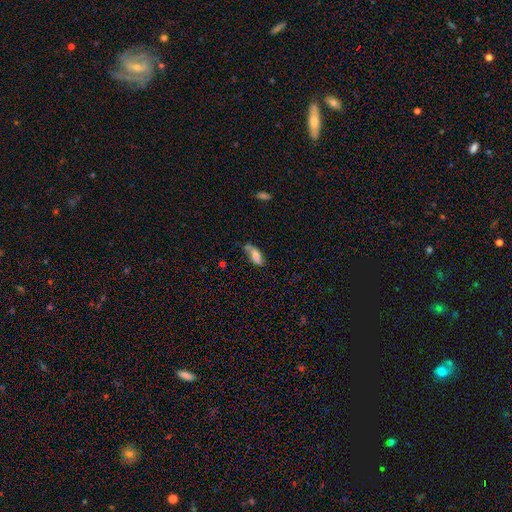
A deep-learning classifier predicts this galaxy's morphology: The model was most divided on "merging": none: 46%, minor disturbance: 34%, major disturbance: 12%, merger: 9%. More confident: how rounded — in between (79%); smooth or featured — smooth (75%).